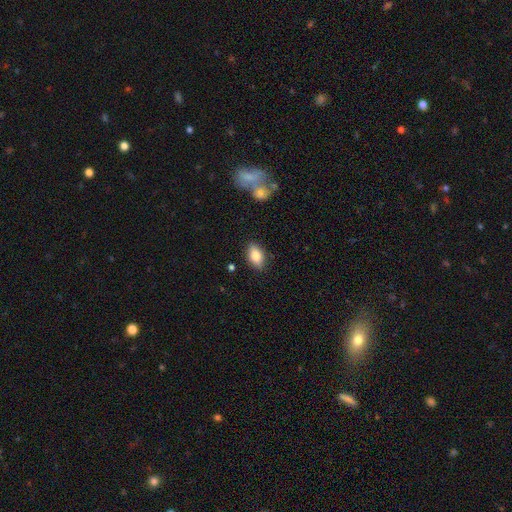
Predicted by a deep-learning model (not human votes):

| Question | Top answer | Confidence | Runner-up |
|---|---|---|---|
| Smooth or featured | smooth | 76% | featured or disk (16%) |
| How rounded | in between | 88% | round (7%) |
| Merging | none | 86% | minor disturbance (10%) |